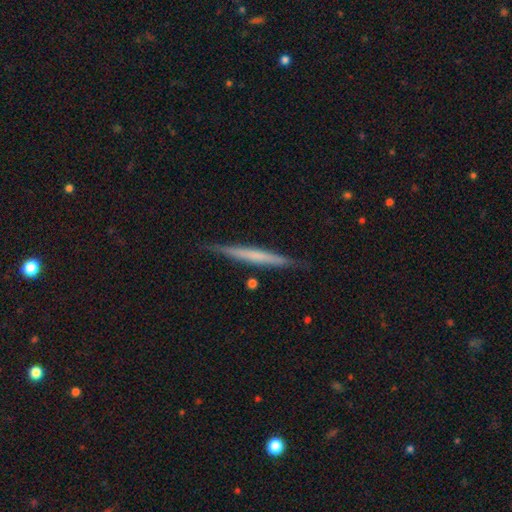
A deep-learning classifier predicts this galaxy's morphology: Smooth or featured: featured or disk — 50% (smooth — 45%)
Merging: none — 87% (minor disturbance — 10%)